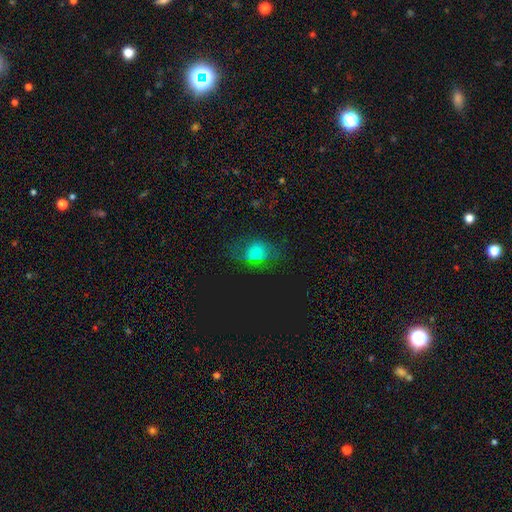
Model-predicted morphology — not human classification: A smooth galaxy with no disk features (52%) that is in between round and cigar-shaped (63%). Merging: none (56%).